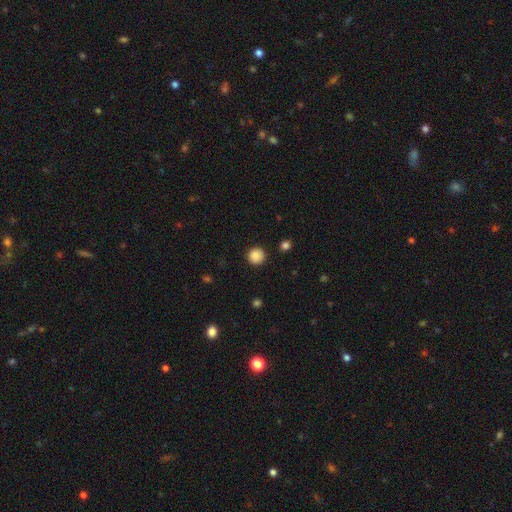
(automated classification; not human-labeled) A smooth galaxy with no disk features (87%) that is round (94%).

Vote fractions:
- Smooth or featured? smooth: 87% / star or artifact: 10% / featured or disk: 3%
- How rounded? round: 94% / in between: 6% / cigar-shaped: 1%
- Merging? none: 89% / minor disturbance: 7% / major disturbance: 2% / merger: 1%